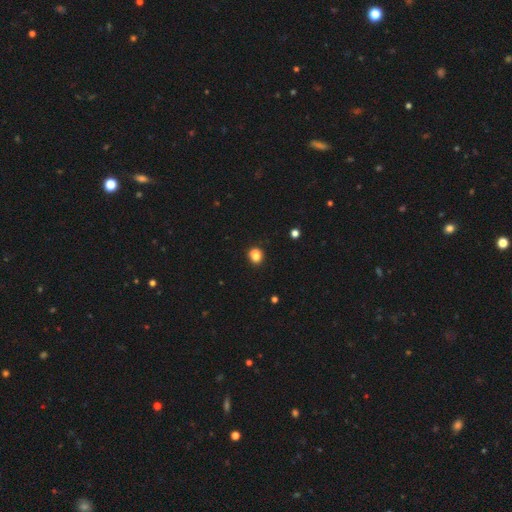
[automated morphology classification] Smooth or featured? smooth (82%)
How rounded? round (74%)
Merging? none (81%)